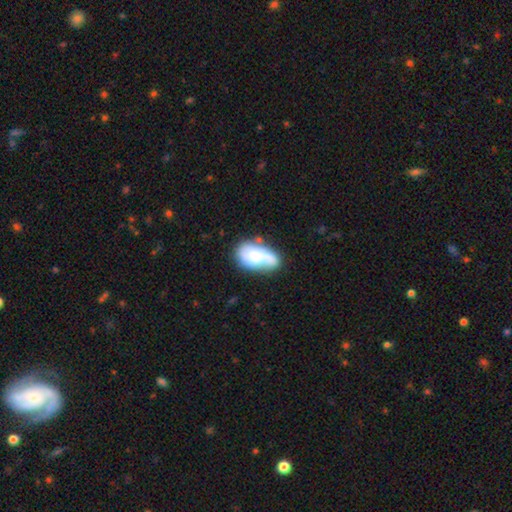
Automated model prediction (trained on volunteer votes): Morphology: type=smooth (59%); roundness=in between (91%); merging=none (46%).